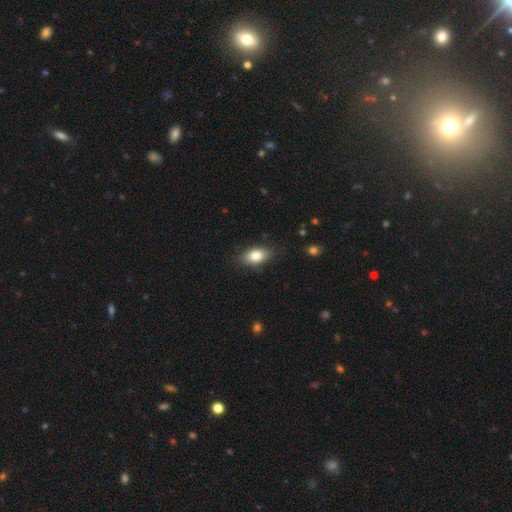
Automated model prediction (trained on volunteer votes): A smooth galaxy with no disk features (82%) that is in between round and cigar-shaped (89%). Merging: none (83%).